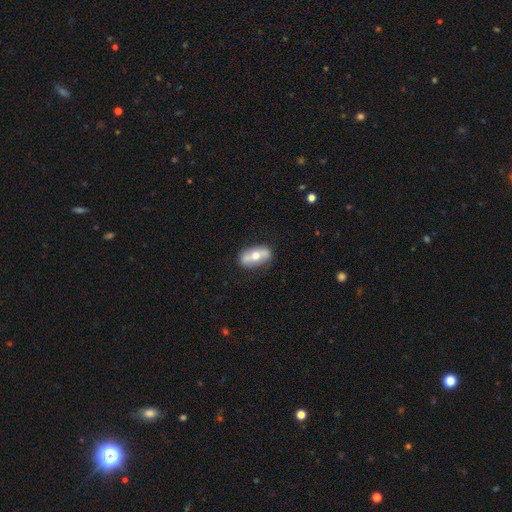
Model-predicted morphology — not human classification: Smooth or featured? featured or disk (50%)
Merging? none (82%)